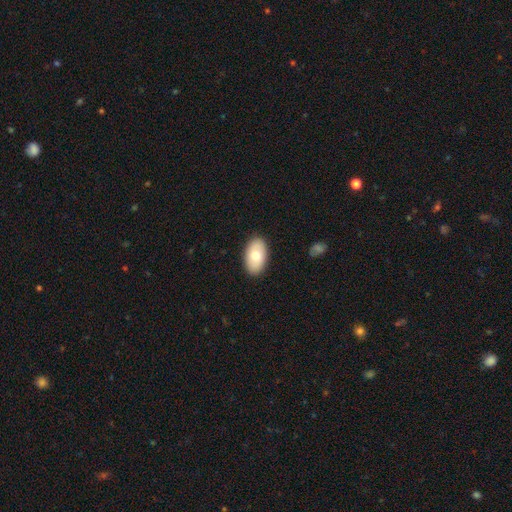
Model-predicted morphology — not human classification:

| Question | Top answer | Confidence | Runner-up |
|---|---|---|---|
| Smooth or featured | smooth | 73% | featured or disk (21%) |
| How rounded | in between | 94% | round (5%) |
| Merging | none | 89% | minor disturbance (8%) |